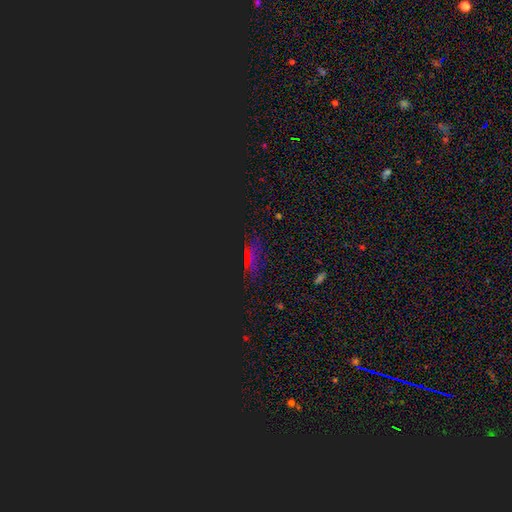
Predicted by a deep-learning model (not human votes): Overall: star or artifact (67%).